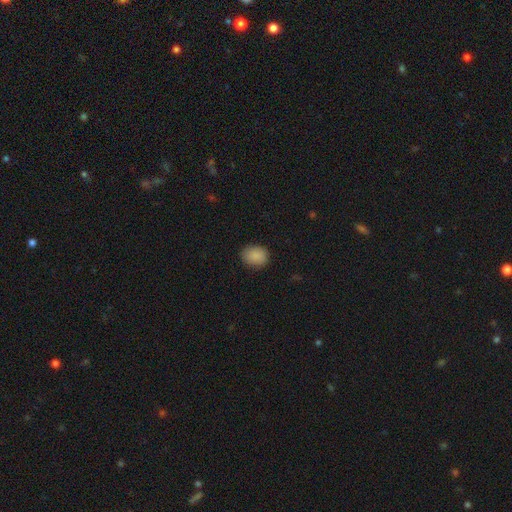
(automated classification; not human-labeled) smooth-or-featured: smooth: 88% | star or artifact: 9% | featured or disk: 3%
  how-rounded: round: 51% | in between: 48% | cigar-shaped: 1%
  merging: none: 84% | minor disturbance: 12% | major disturbance: 3% | merger: 1%